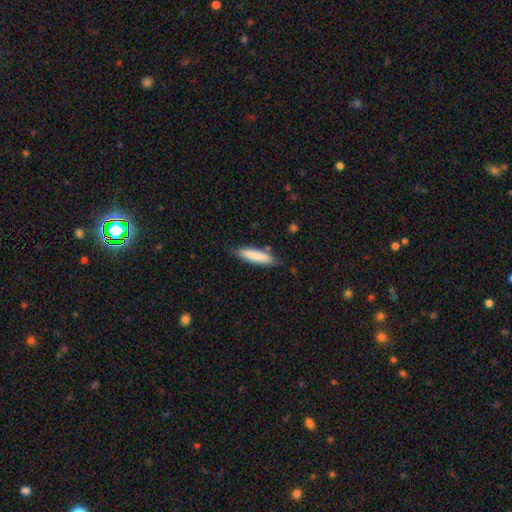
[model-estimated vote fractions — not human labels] Morphology: type=smooth (84%); roundness=cigar-shaped (68%); merging=none (75%).